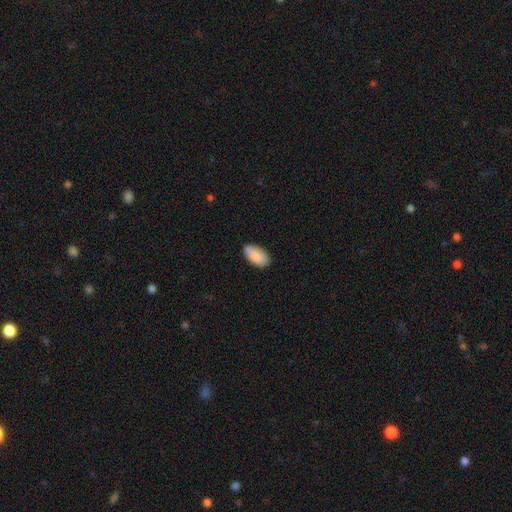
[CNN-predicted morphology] Smooth or featured? smooth (89%)
How rounded? in between (95%)
Merging? none (83%)